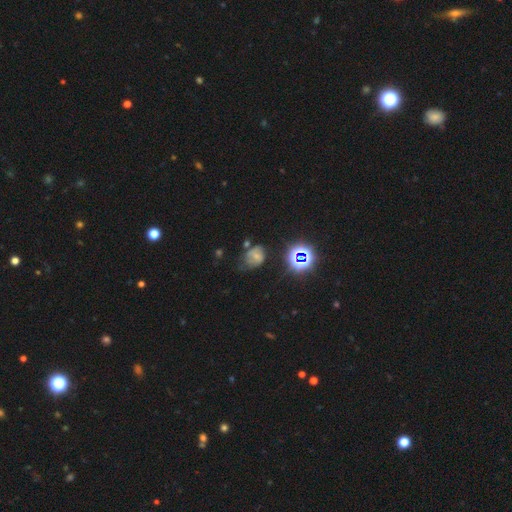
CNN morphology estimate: This is marginally a smooth galaxy (42%). Merging: marginally none (43%).